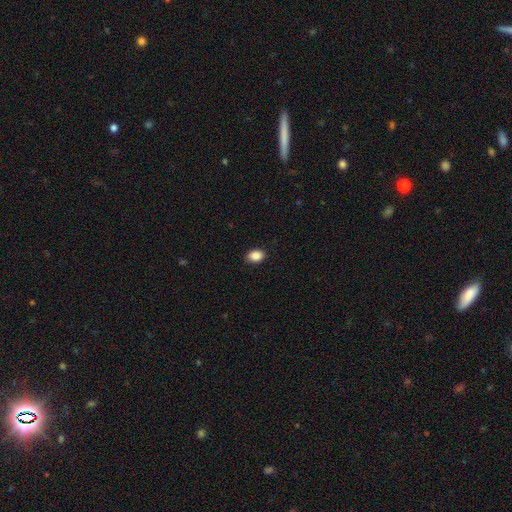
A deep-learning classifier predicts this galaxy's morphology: This is clearly a smooth galaxy (88%). How rounded: likely in between (72%). Merging: clearly none (88%).